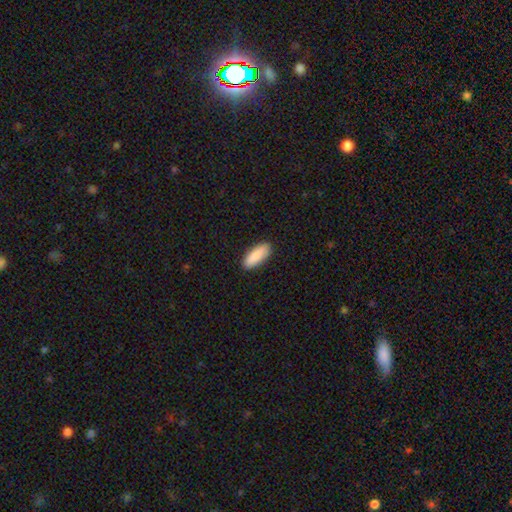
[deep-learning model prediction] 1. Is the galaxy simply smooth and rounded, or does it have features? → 89% smooth, 6% star or artifact, 5% featured or disk.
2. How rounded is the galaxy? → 71% in between, 28% cigar-shaped, 2% round.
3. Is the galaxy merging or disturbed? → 89% none, 8% minor disturbance, 2% major disturbance, 1% merger.